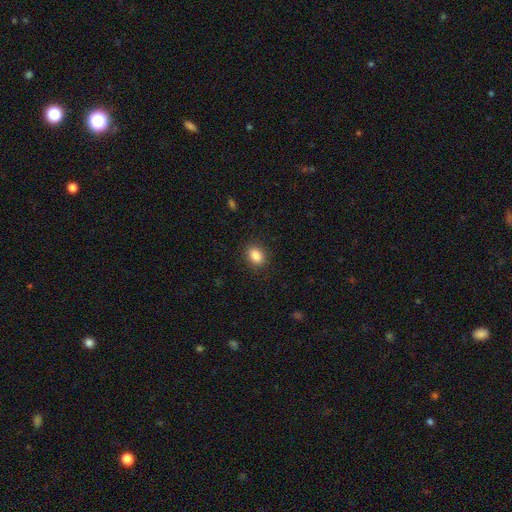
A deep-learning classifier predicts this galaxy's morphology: A smooth galaxy with no disk features (87%) that is in between round and cigar-shaped (70%). Merging: none (88%).